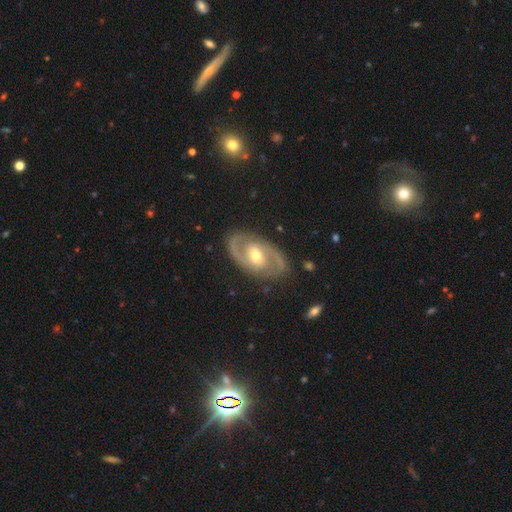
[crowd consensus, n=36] This appears to be a featured or disk galaxy (94%) with no bar (52%), 2 (100%) medium (52%) spiral arms (88%) and a small central bulge (58%). Merging: none (94%).